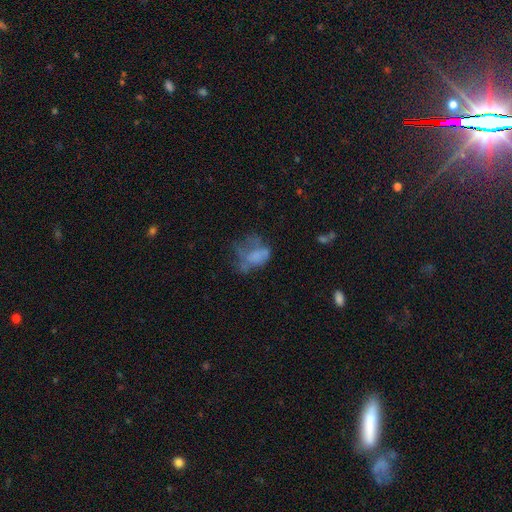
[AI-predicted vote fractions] Smooth or featured? smooth (51%)
How rounded? in between (72%)
Merging? major disturbance (40%)